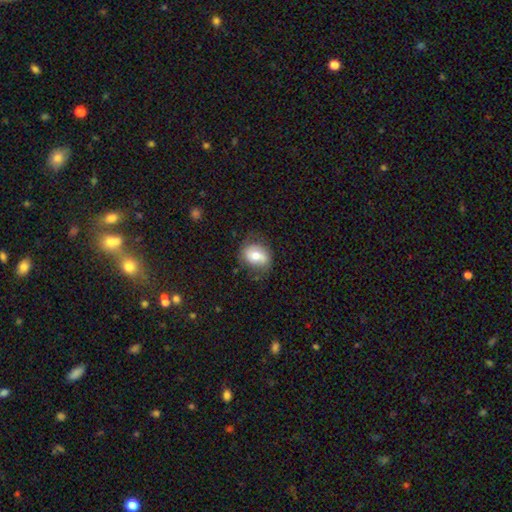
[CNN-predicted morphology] A smooth galaxy with no disk features (65%) that is in between round and cigar-shaped (57%).

Vote fractions:
- Smooth or featured? smooth: 65% / featured or disk: 27% / star or artifact: 8%
- How rounded? in between: 57% / round: 42% / cigar-shaped: 1%
- Merging? none: 69% / minor disturbance: 22% / major disturbance: 7% / merger: 2%